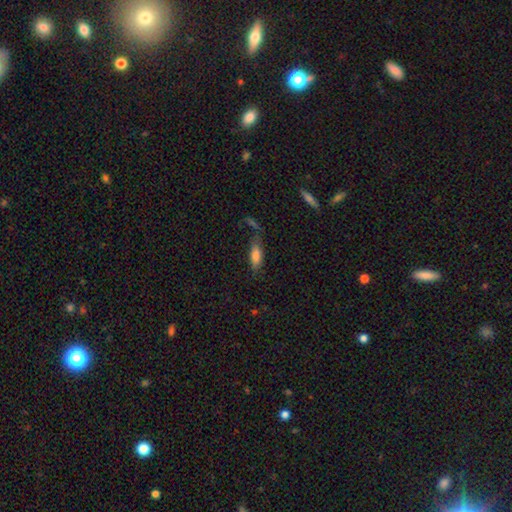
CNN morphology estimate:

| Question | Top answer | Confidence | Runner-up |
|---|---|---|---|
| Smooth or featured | smooth | 76% | featured or disk (15%) |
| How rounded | in between | 62% | cigar-shaped (36%) |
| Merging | none | 59% | minor disturbance (22%) |